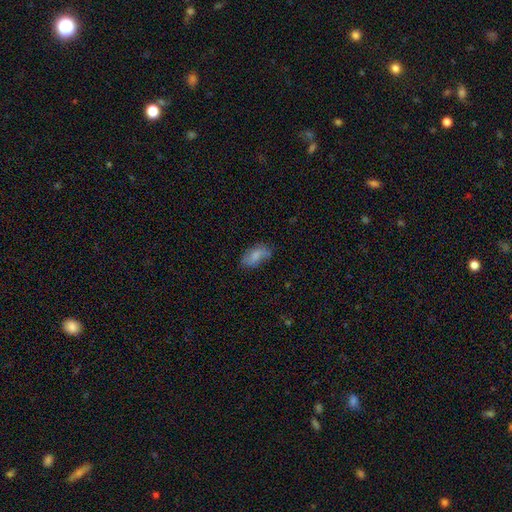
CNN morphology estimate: This appears to be a smooth galaxy with no disk features (74%) that is in between round and cigar-shaped (92%). Merging: none (62%).